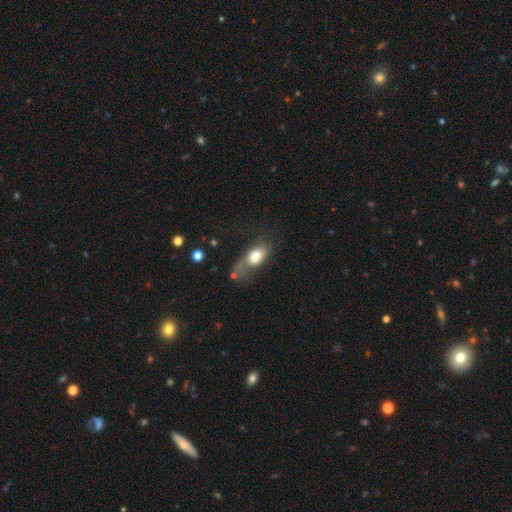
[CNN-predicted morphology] Overall: smooth (67%). How rounded: in between (81%). Merging: major disturbance (35%; none 29%).